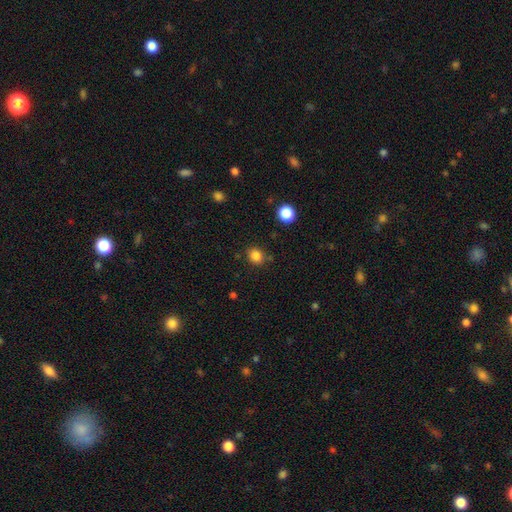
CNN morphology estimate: smooth 83%, star or artifact 12%, featured or disk 4%. Down the decision tree: how rounded — round (66%); merging — none (81%).